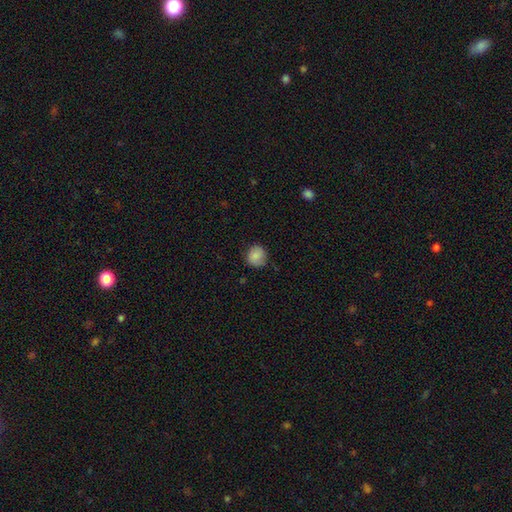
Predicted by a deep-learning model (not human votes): Smooth or featured? Predicted: smooth (p=0.84). How rounded? Predicted: round (p=0.86). Merging? Predicted: none (p=0.75).